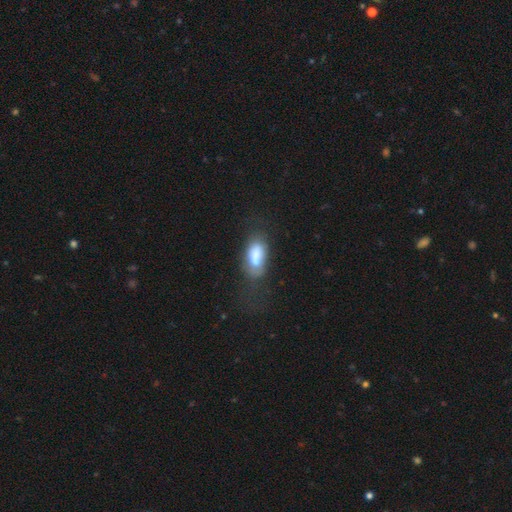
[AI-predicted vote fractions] Morphology: type=smooth (72%); roundness=in between (89%); merging=none (41%).